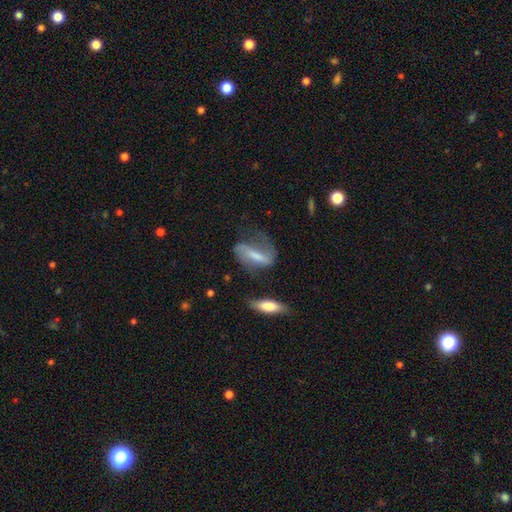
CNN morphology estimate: Q: Smooth or featured?
A: featured or disk (67%); runner-up: smooth (23%)
Q: Edge-on disk?
A: no (86%); runner-up: yes (14%)
Q: Bar?
A: strong (56%); runner-up: weak (30%)
Q: Spiral arms?
A: yes (84%); runner-up: no (16%)
Q: Bulge size?
A: small (40%); runner-up: moderate (29%)
Q: Merging?
A: none (52%); runner-up: minor disturbance (23%)